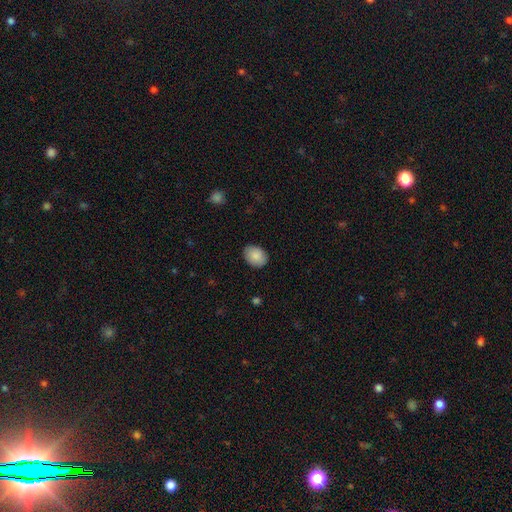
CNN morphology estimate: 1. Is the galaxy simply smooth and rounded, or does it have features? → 88% smooth, 7% star or artifact, 5% featured or disk.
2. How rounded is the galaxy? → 71% in between, 28% round, 1% cigar-shaped.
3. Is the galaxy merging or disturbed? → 87% none, 10% minor disturbance, 2% major disturbance, 1% merger.